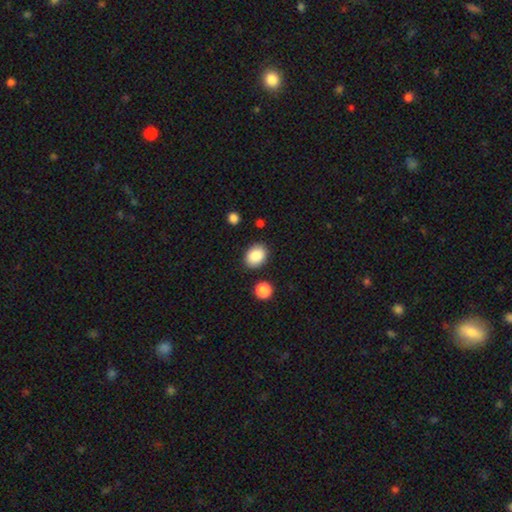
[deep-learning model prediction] Smooth or featured? smooth (88%)
How rounded? in between (65%)
Merging? none (85%)